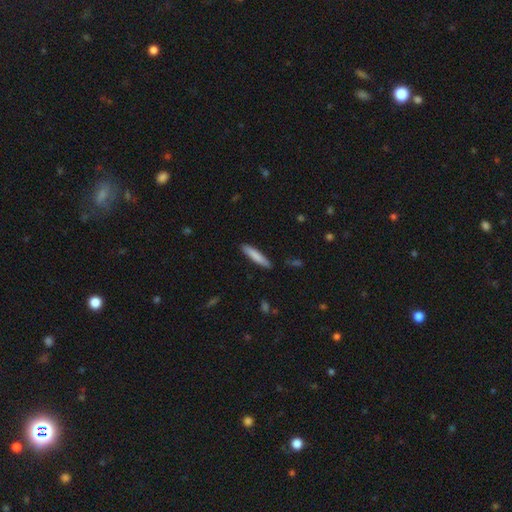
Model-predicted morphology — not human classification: type=smooth (81%); roundness=cigar-shaped (90%); merging=none (88%).